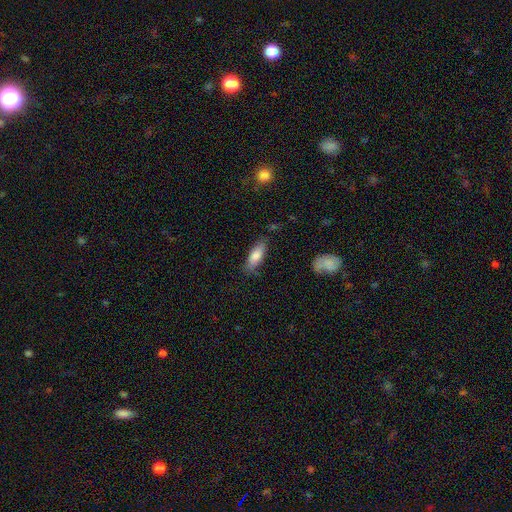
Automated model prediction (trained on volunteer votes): smooth_or_featured: smooth (p=0.78) [alt: featured or disk p=0.15]
how_rounded: in between (p=0.58) [alt: cigar-shaped p=0.40]
merging: none (p=0.79) [alt: minor disturbance p=0.15]